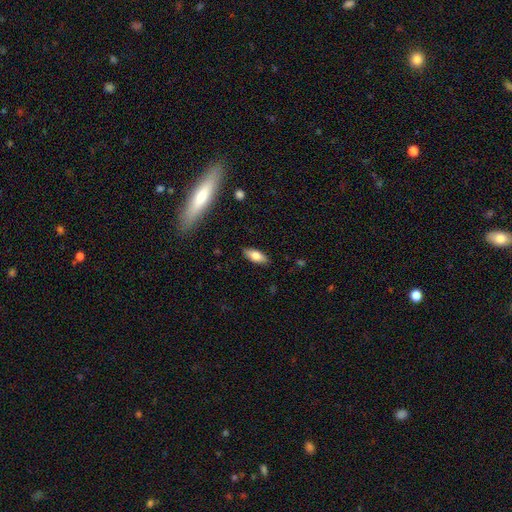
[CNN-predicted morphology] A smooth galaxy with no disk features (72%) that is in between round and cigar-shaped (79%).

Vote fractions:
- Smooth or featured? smooth: 72% / featured or disk: 20% / star or artifact: 7%
- How rounded? in between: 79% / cigar-shaped: 19% / round: 3%
- Merging? none: 87% / minor disturbance: 10% / major disturbance: 2% / merger: 1%